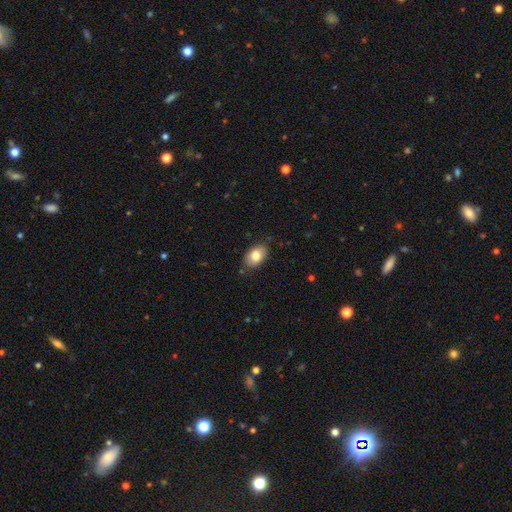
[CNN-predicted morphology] type=smooth (82%); roundness=in between (87%); merging=none (82%).